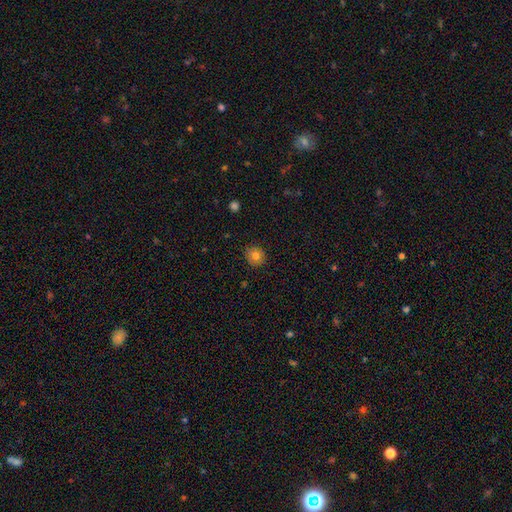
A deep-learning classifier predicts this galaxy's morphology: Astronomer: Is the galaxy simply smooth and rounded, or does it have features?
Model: smooth — 78%.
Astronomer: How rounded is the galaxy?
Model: round — 84%.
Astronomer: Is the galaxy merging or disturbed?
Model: none — 87%.